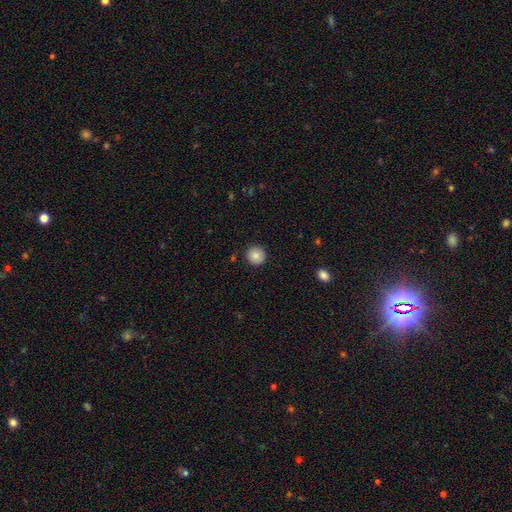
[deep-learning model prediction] Smooth or featured?
  - smooth: 85% *
  - star or artifact: 9%
  - featured or disk: 6%
How rounded?
  - round: 95% *
  - in between: 4%
  - cigar-shaped: 1%
Merging?
  - none: 91% *
  - minor disturbance: 6%
  - major disturbance: 2%
  - merger: 1%